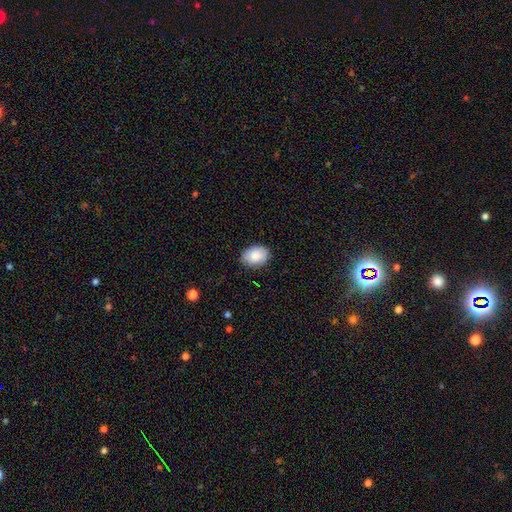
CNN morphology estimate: Smooth or featured? smooth (86%)
How rounded? in between (79%)
Merging? none (87%)